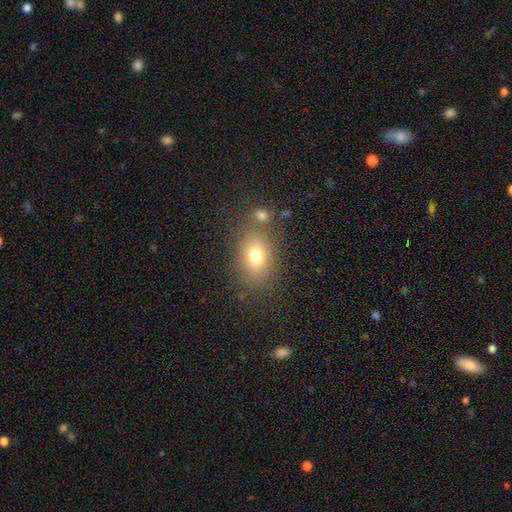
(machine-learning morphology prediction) Smooth or featured: smooth — 75% (star or artifact — 13%)
How rounded: in between — 69% (round — 29%)
Merging: none — 71% (minor disturbance — 13%)